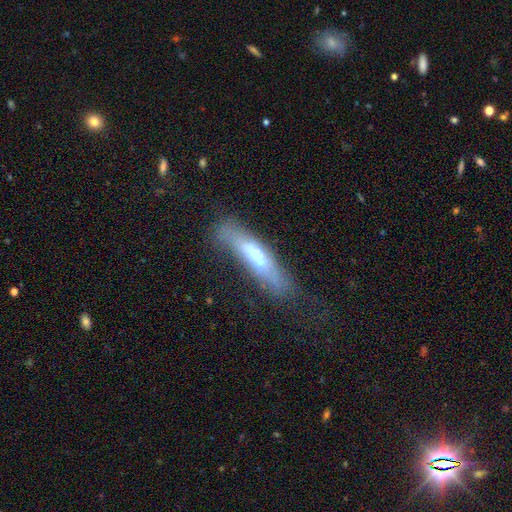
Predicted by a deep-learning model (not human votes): Smooth or featured? Predicted: smooth (p=0.48). Merging? Predicted: none (p=0.45).